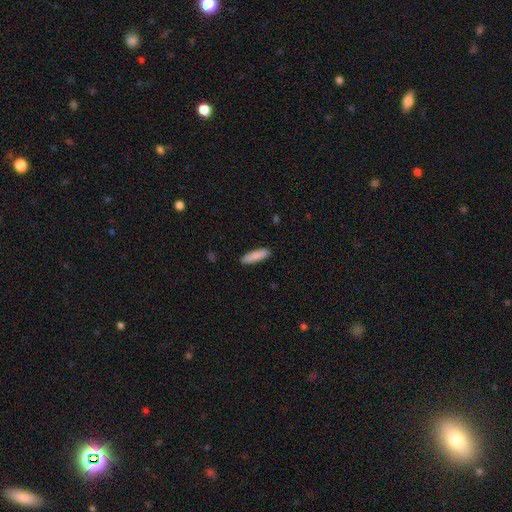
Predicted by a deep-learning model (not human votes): Smooth or featured? smooth (88%)
How rounded? cigar-shaped (70%)
Merging? none (90%)